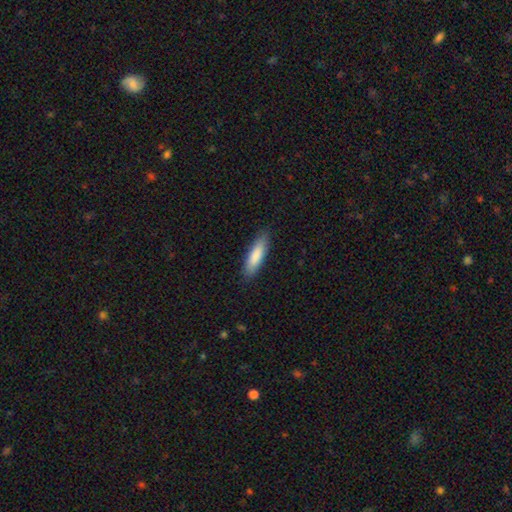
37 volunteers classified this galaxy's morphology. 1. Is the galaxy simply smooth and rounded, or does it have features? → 92% smooth, 8% featured or disk, 0% star or artifact.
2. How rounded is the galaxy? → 62% cigar-shaped, 35% in between, 3% round.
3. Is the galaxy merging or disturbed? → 78% none, 19% minor disturbance, 3% major disturbance, 0% merger.